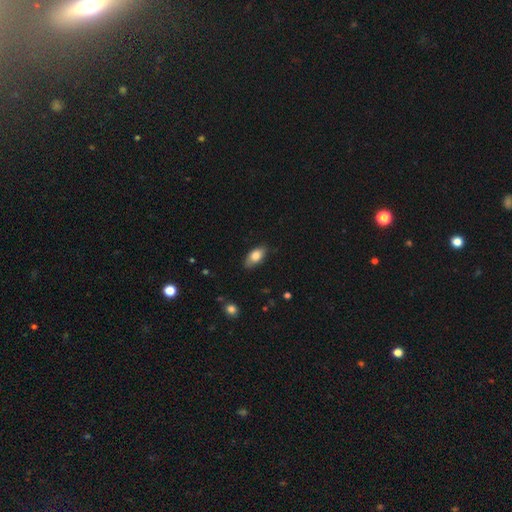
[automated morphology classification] smooth-or-featured: smooth: 80% | featured or disk: 13% | star or artifact: 7%
  how-rounded: in between: 90% | cigar-shaped: 6% | round: 4%
  merging: none: 81% | minor disturbance: 16% | major disturbance: 3% | merger: 1%